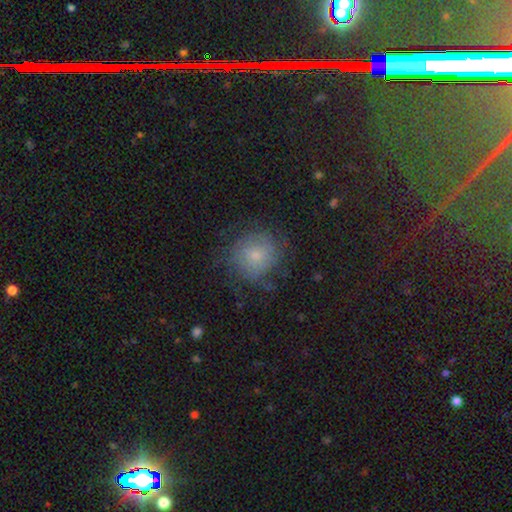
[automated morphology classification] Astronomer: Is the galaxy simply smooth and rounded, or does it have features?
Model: smooth — 59%.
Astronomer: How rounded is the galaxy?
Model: round — 86%.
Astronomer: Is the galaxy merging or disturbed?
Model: none — 68%.